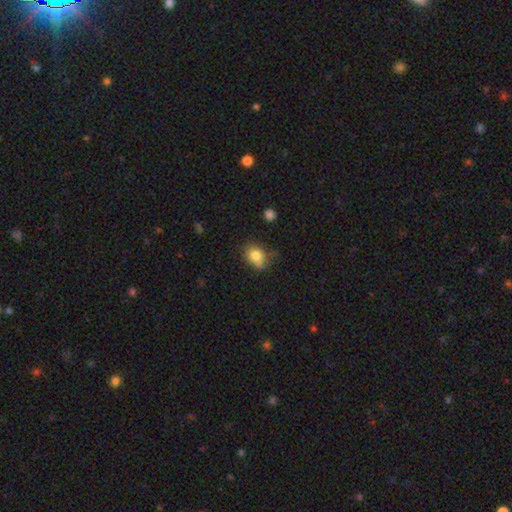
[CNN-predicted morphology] Q: Smooth or featured?
A: smooth (79%); runner-up: star or artifact (11%)
Q: How rounded?
A: in between (54%); runner-up: round (45%)
Q: Merging?
A: none (47%); runner-up: minor disturbance (33%)